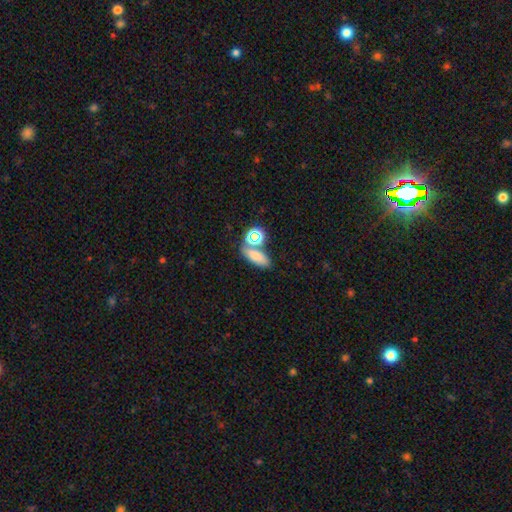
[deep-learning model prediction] The model was most divided on "merging": none: 58%, merger: 25%, minor disturbance: 12%, major disturbance: 5%. More confident: smooth or featured — smooth (73%); how rounded — in between (69%).